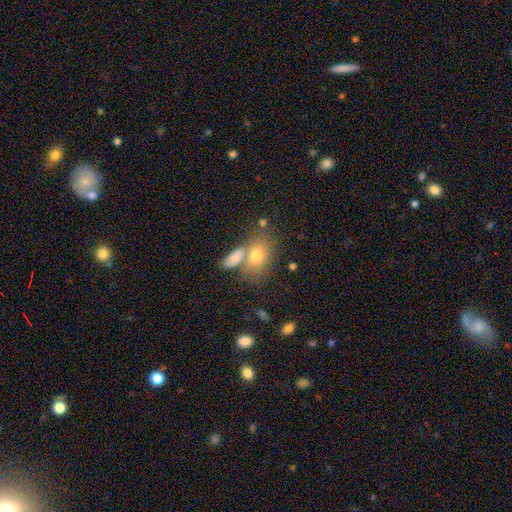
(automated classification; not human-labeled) smooth 71%, featured or disk 19%, star or artifact 10%. Down the decision tree: how rounded — in between (81%); merging — none (47%).